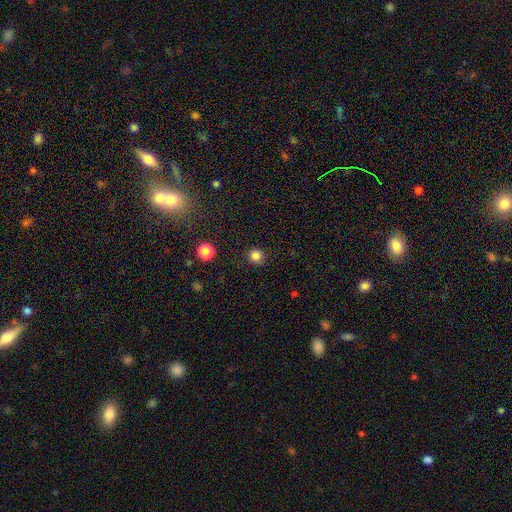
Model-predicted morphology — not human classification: smooth 83%, star or artifact 13%, featured or disk 3%. Down the decision tree: how rounded — round (93%); merging — none (87%).